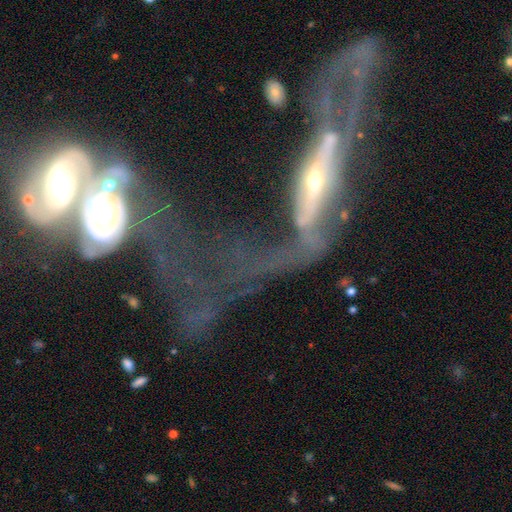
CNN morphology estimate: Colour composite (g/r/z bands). It shows a featured or disk galaxy (73%). Merging: merger (54%).